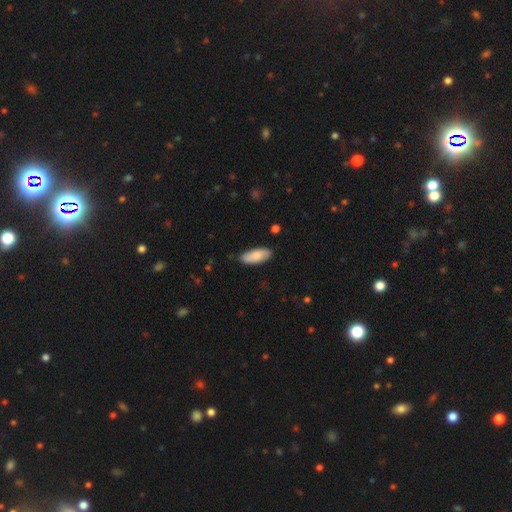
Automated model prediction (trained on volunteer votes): Smooth or featured? Predicted: smooth (p=0.84). How rounded? Predicted: in between (p=0.78). Merging? Predicted: none (p=0.84).